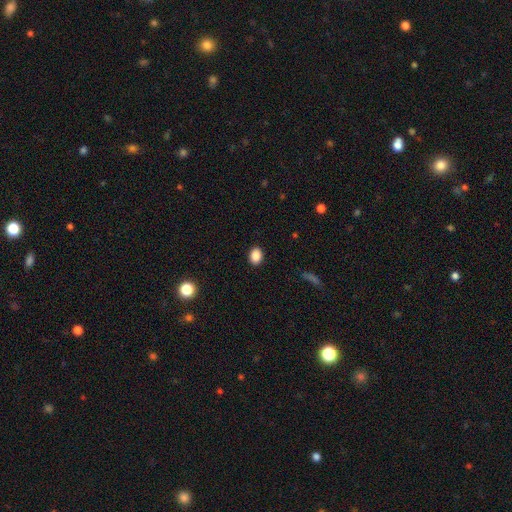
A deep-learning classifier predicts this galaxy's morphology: Q: Smooth or featured?
A: smooth (88%); runner-up: star or artifact (9%)
Q: How rounded?
A: in between (72%); runner-up: round (27%)
Q: Merging?
A: none (90%); runner-up: minor disturbance (7%)